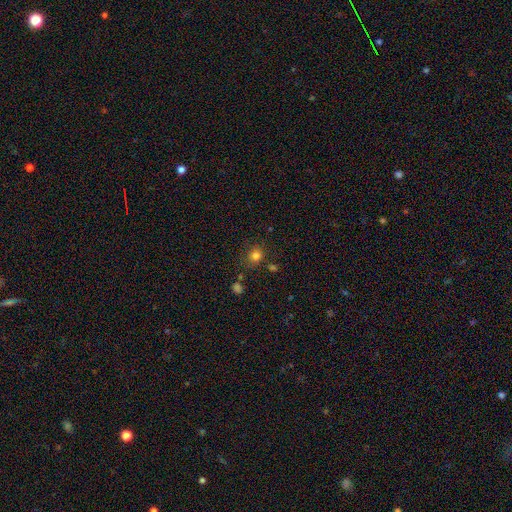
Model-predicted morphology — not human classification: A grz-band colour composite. It shows a smooth galaxy with no disk features (80%) that is round (84%). Merging: none (76%).